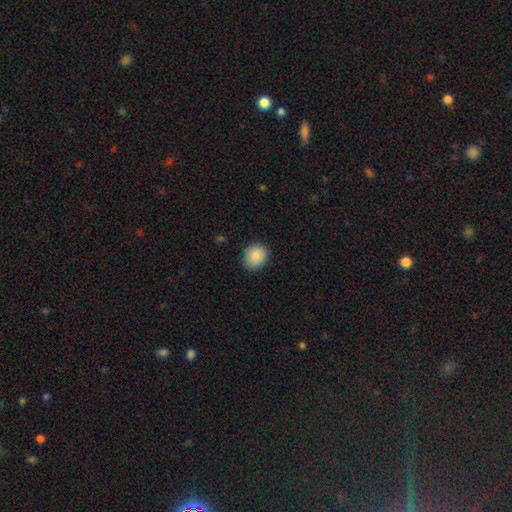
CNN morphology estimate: Smooth or featured? smooth (88%)
How rounded? round (58%)
Merging? none (86%)